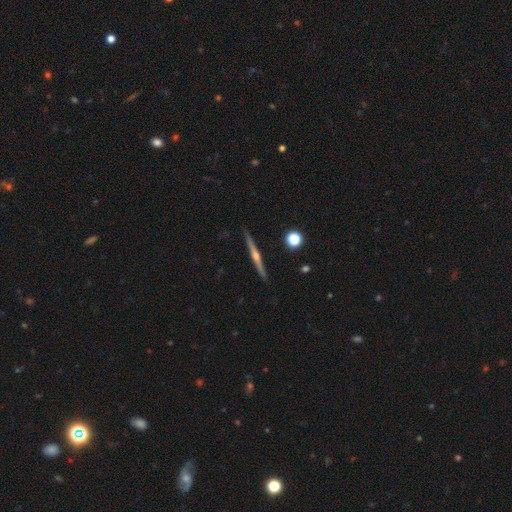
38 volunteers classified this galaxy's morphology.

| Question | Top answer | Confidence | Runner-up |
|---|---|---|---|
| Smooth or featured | featured or disk | 79% | smooth (18%) |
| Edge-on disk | yes | 100% | — |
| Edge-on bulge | rounded | 87% | none (13%) |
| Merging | none | 95% | minor disturbance (3%) |